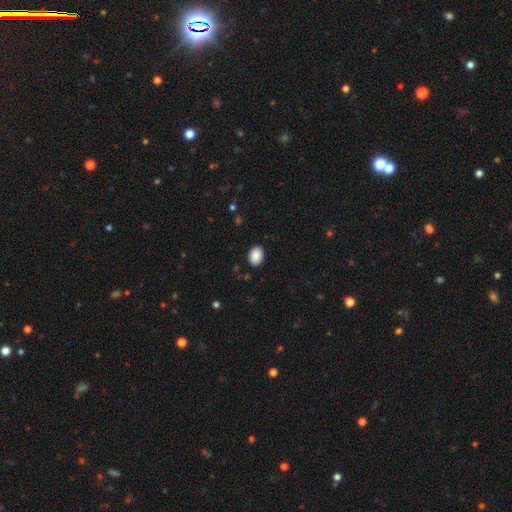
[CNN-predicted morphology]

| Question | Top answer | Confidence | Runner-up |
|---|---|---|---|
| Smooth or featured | smooth | 89% | star or artifact (7%) |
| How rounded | in between | 75% | round (24%) |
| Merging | none | 89% | minor disturbance (8%) |